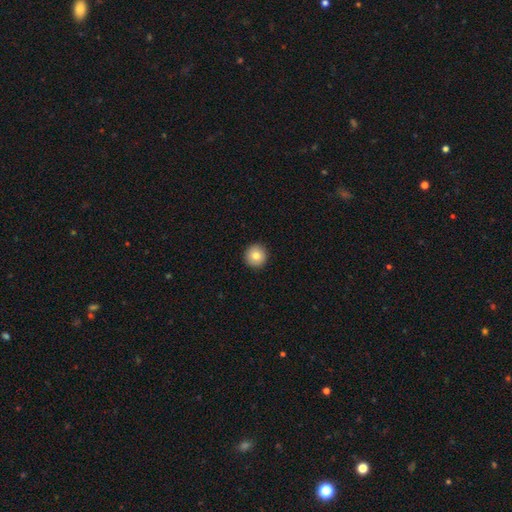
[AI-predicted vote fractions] Q: Smooth or featured?
A: smooth (82%); runner-up: featured or disk (10%)
Q: How rounded?
A: round (95%); runner-up: in between (4%)
Q: Merging?
A: none (93%); runner-up: minor disturbance (5%)